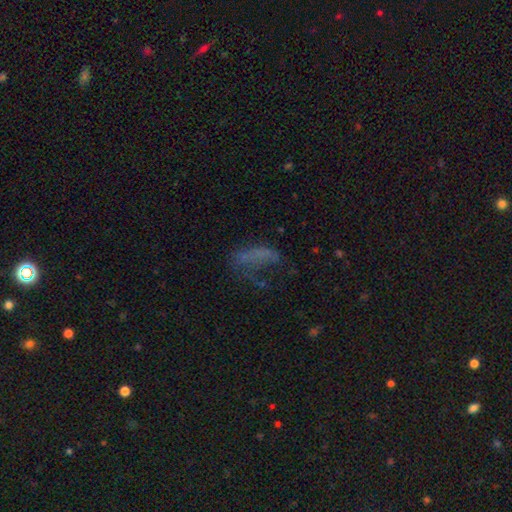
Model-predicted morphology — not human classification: Smooth or featured?
  - smooth: 45% *
  - featured or disk: 31%
  - star or artifact: 23%
Merging?
  - major disturbance: 40% *
  - none: 35%
  - minor disturbance: 19%
  - merger: 6%